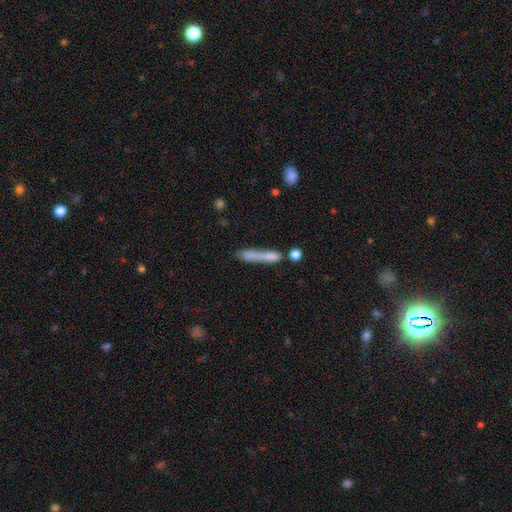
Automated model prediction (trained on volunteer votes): This appears to be a smooth galaxy with no disk features (63%) that is cigar-shaped (88%). Merging: none (42%).